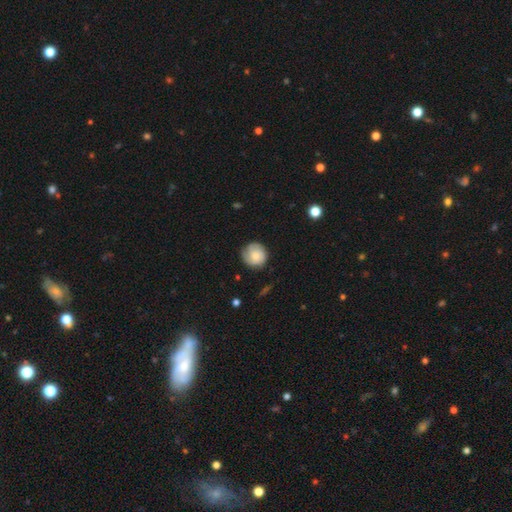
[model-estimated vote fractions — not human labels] The model was most divided on "smooth or featured": smooth: 61%, featured or disk: 32%, star or artifact: 7%. More confident: how rounded — round (89%); merging — none (73%).